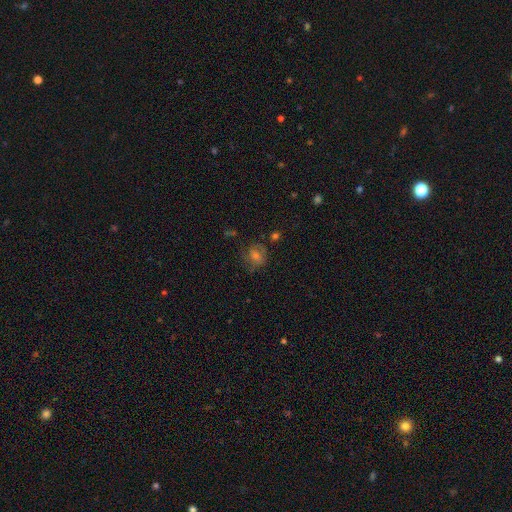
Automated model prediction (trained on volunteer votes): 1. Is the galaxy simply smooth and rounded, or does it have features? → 41% smooth, 36% featured or disk, 23% star or artifact.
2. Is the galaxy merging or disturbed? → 70% none, 18% minor disturbance, 9% major disturbance, 3% merger.